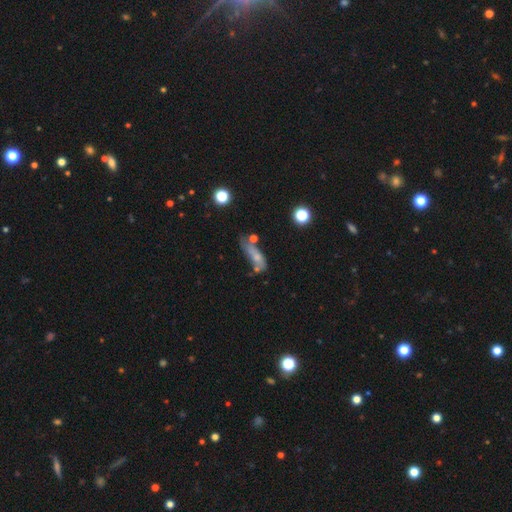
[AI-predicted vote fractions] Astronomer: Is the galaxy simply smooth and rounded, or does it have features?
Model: smooth — 60%.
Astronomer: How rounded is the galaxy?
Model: in between — 53% (runner-up: cigar-shaped, 41%).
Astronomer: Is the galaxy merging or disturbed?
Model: none — 32% (runner-up: minor disturbance, 25%).